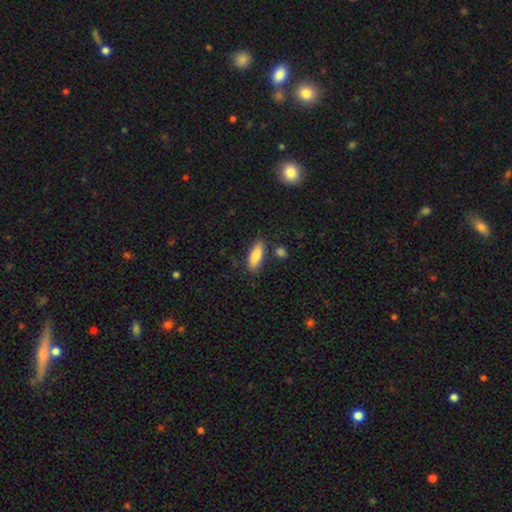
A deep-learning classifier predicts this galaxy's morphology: The model was most divided on "how rounded": in between: 62%, cigar-shaped: 36%, round: 2%. More confident: smooth or featured — smooth (82%); merging — none (79%).